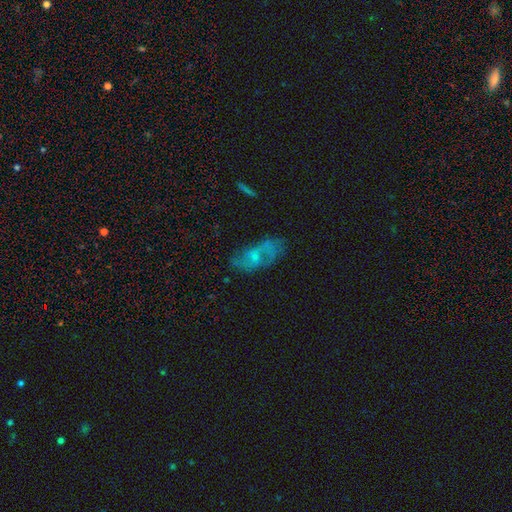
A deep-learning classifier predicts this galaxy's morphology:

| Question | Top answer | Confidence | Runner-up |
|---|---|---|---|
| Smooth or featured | featured or disk | 56% | smooth (32%) |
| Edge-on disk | no | 92% | yes (8%) |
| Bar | no | 60% | weak (33%) |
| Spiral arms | yes | 71% | no (29%) |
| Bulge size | small | 62% | moderate (26%) |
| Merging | none | 60% | minor disturbance (23%) |